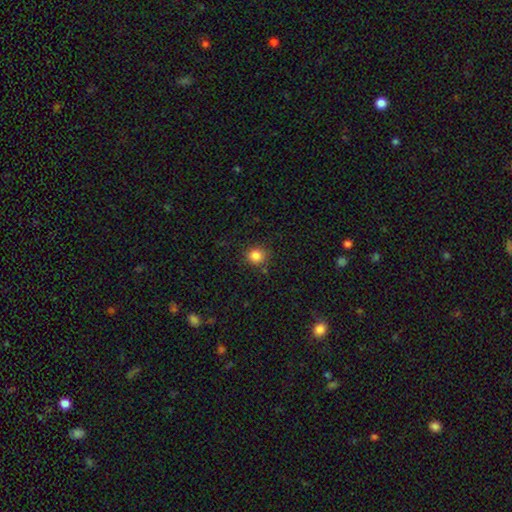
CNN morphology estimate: smooth 84%, star or artifact 12%, featured or disk 5%. Down the decision tree: how rounded — round (86%); merging — none (85%).